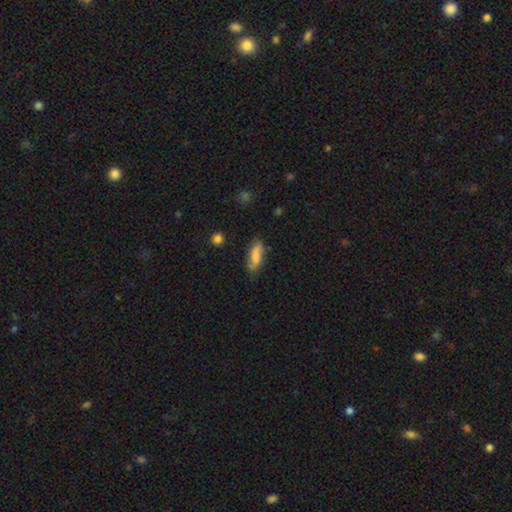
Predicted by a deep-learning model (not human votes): This appears to be a smooth galaxy with no disk features (60%) that is in between round and cigar-shaped (66%). Merging: none (72%).